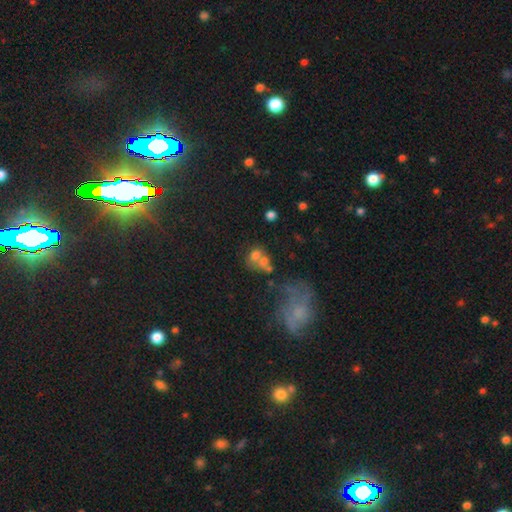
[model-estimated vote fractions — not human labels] smooth_or_featured: smooth (p=0.62) [alt: featured or disk p=0.22]
how_rounded: in between (p=0.50) [alt: round p=0.48]
merging: merger (p=0.51) [alt: none p=0.29]